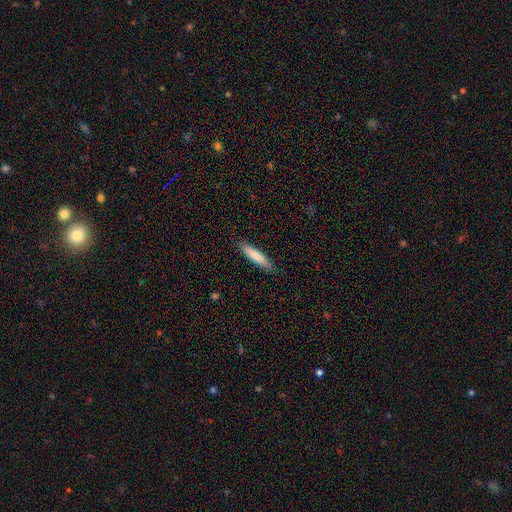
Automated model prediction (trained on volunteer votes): A smooth galaxy with no disk features (80%) that is cigar-shaped (86%). Merging: none (88%).